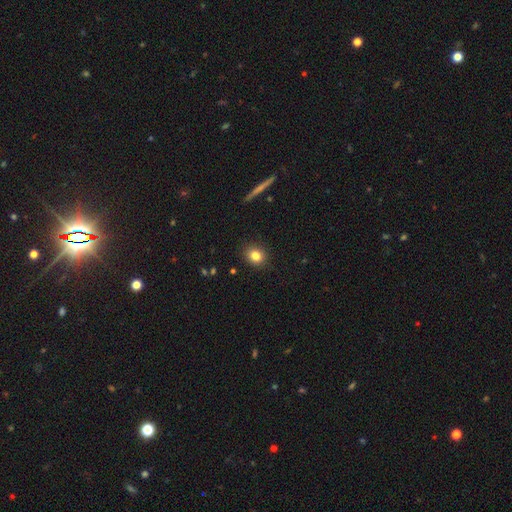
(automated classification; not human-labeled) Morphology: type=smooth (81%); roundness=round (74%); merging=none (90%).